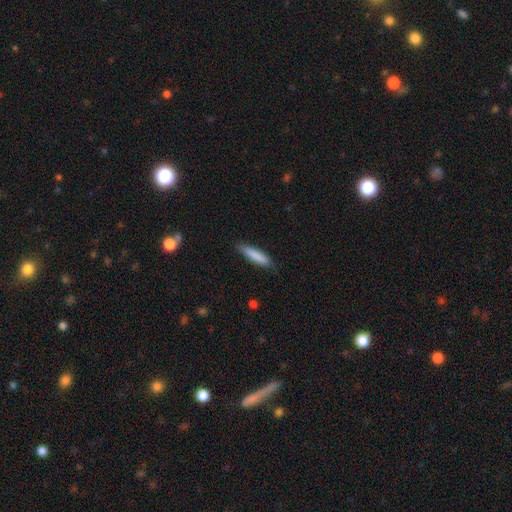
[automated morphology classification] This appears to be a smooth galaxy with no disk features (84%) that is cigar-shaped (79%). Merging: none (81%).